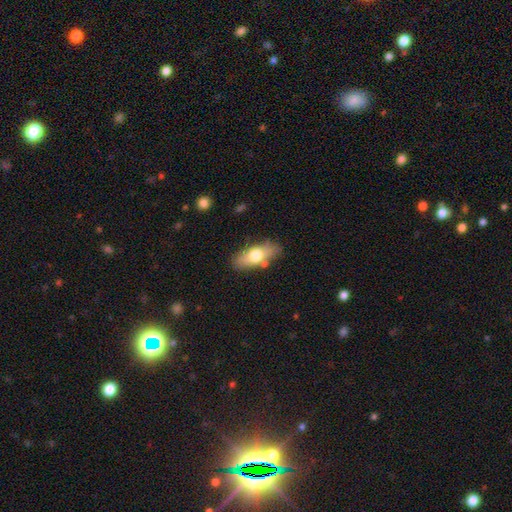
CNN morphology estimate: This appears to be a smooth galaxy with no disk features (64%) that is in between round and cigar-shaped (77%). Merging: none (77%).